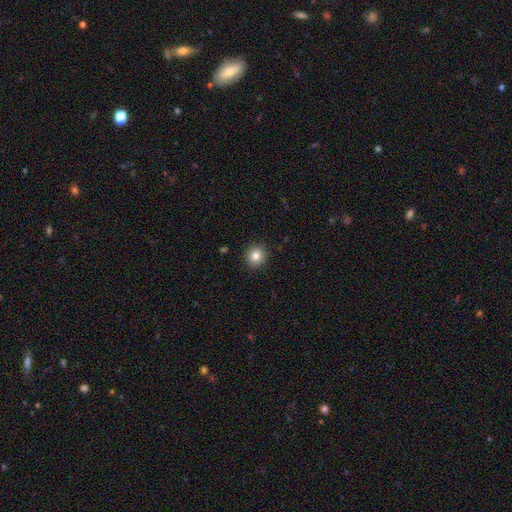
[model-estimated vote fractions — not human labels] smooth_or_featured: smooth (p=0.82) [alt: star or artifact p=0.11]
how_rounded: round (p=0.90) [alt: in between p=0.09]
merging: none (p=0.92) [alt: minor disturbance p=0.06]